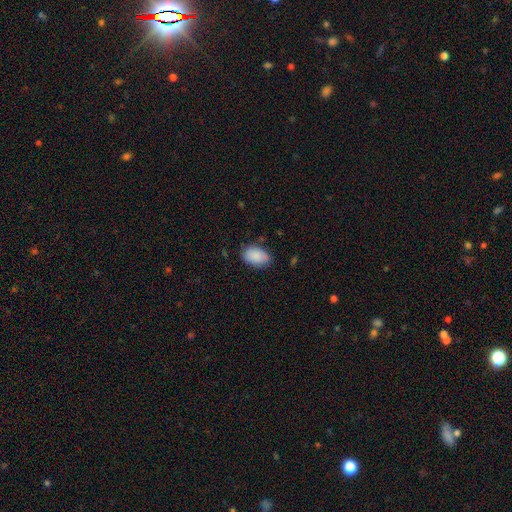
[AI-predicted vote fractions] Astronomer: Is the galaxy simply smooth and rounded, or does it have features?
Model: smooth — 88%.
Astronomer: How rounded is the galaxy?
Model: in between — 92%.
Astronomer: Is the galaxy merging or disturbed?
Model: none — 79%.